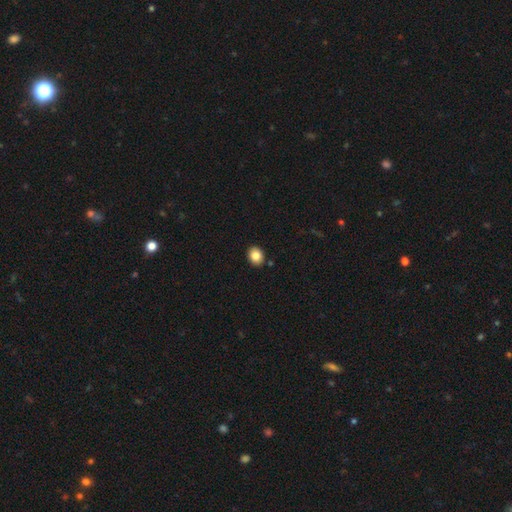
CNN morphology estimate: type=smooth (85%); roundness=round (55%); merging=none (89%).